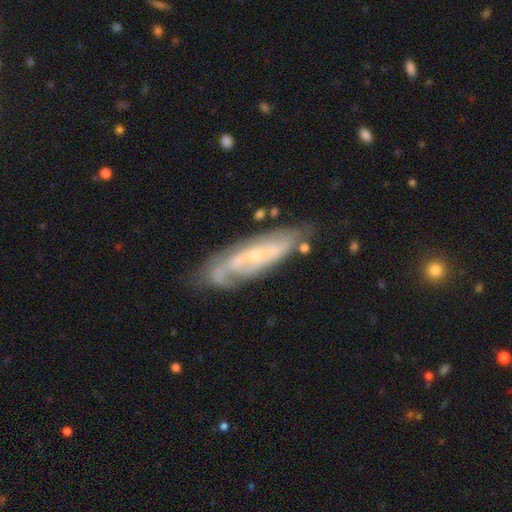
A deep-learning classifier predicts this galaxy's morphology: Q: Smooth or featured?
A: featured or disk (80%); runner-up: smooth (14%)
Q: Edge-on disk?
A: no (84%); runner-up: yes (16%)
Q: Bar?
A: no (57%); runner-up: weak (33%)
Q: Spiral arms?
A: yes (91%); runner-up: no (9%)
Q: Spiral winding?
A: tight (49%); runner-up: medium (38%)
Q: Spiral arm count?
A: 2 (44%); runner-up: can't tell (33%)
Q: Bulge size?
A: small (73%); runner-up: moderate (22%)
Q: Merging?
A: none (67%); runner-up: minor disturbance (21%)